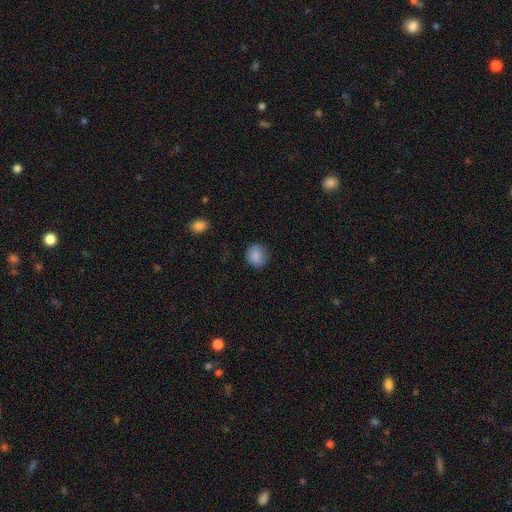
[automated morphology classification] The model was most divided on "how rounded": round: 83%, in between: 16%, cigar-shaped: 1%. More confident: smooth or featured — smooth (87%); merging — none (87%).